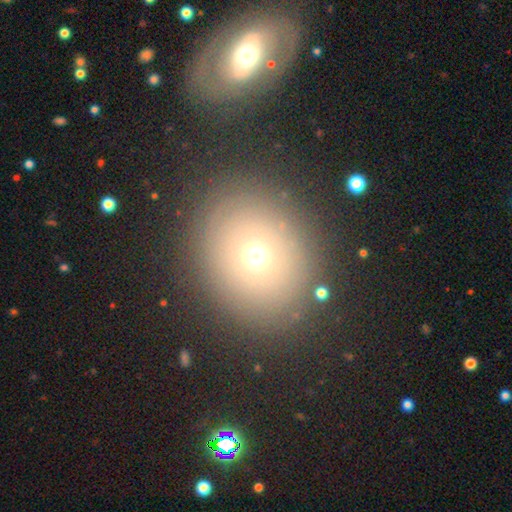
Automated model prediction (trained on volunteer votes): Smooth or featured? Predicted: smooth (p=0.58). How rounded? Predicted: round (p=0.67). Merging? Predicted: none (p=0.82).